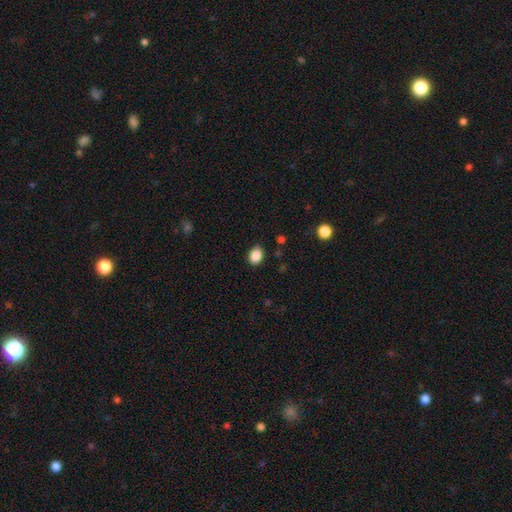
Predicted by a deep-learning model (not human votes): The model was most divided on "how rounded": in between: 59%, round: 40%, cigar-shaped: 1%. More confident: smooth or featured — smooth (88%); merging — none (86%).